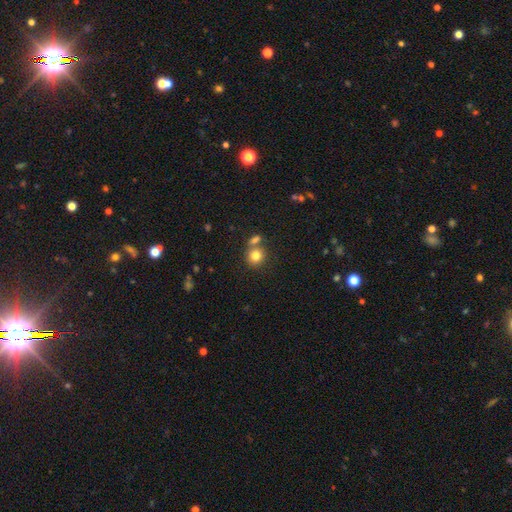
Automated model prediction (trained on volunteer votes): smooth_or_featured: smooth (p=0.81) [alt: star or artifact p=0.11]
how_rounded: round (p=0.86) [alt: in between p=0.13]
merging: none (p=0.62) [alt: merger p=0.26]